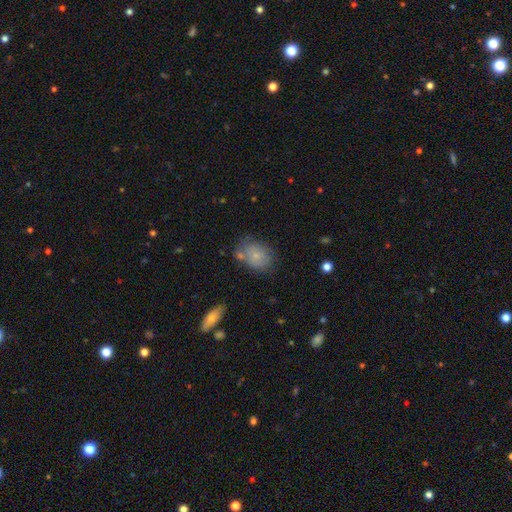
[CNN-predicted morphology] smooth_or_featured: smooth (p=0.70) [alt: featured or disk p=0.22]
how_rounded: in between (p=0.64) [alt: round p=0.34]
merging: none (p=0.59) [alt: minor disturbance p=0.23]